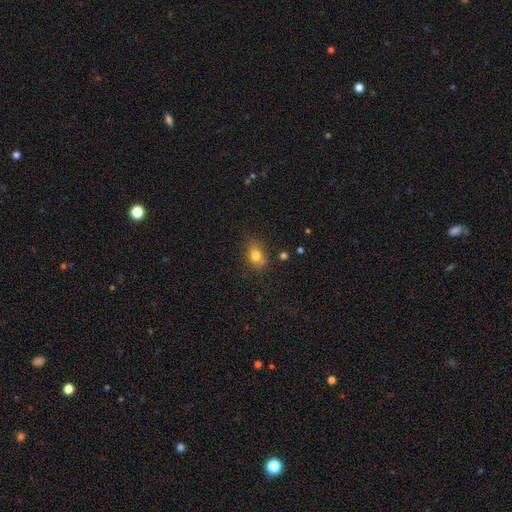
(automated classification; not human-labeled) smooth_or_featured: smooth (p=0.77) [alt: featured or disk p=0.12]
how_rounded: in between (p=0.61) [alt: round p=0.38]
merging: none (p=0.69) [alt: minor disturbance p=0.20]